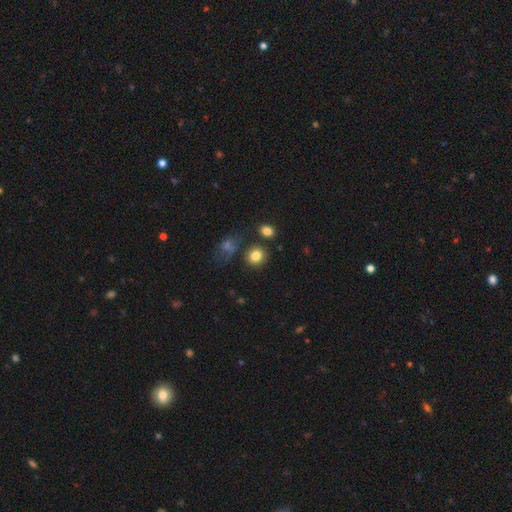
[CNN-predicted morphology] Smooth or featured?
  - smooth: 82% *
  - star or artifact: 11%
  - featured or disk: 7%
How rounded?
  - round: 78% *
  - in between: 21%
  - cigar-shaped: 1%
Merging?
  - none: 77% *
  - minor disturbance: 11%
  - merger: 8%
  - major disturbance: 4%